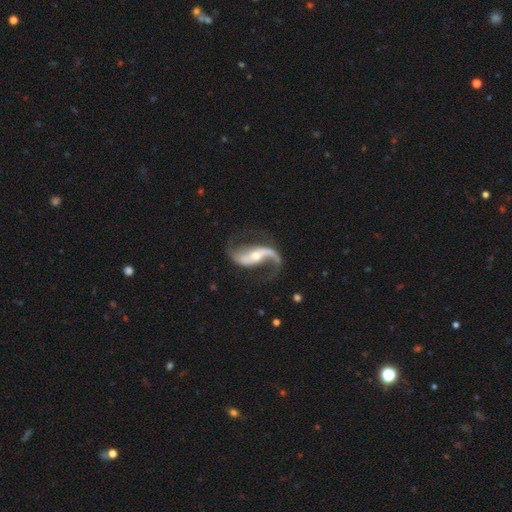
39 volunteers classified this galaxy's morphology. Smooth or featured? 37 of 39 (95%) said featured or disk. Edge-on disk? 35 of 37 (95%) said no. Bar? 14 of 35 (40%, tied with no) said weak. Spiral arms? 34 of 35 (97%) said yes. Spiral winding? 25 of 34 (74%) said loose. Spiral arm count? 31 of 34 (91%) said 2. Bulge size? 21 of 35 (60%) said small. Merging? 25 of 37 (68%) said none.